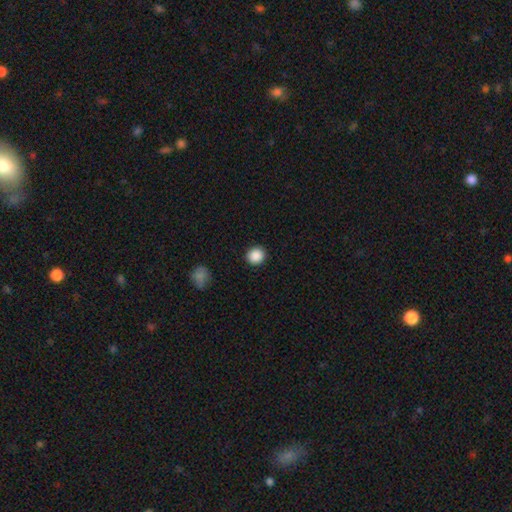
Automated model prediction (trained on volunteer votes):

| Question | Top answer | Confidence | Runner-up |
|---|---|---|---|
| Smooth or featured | smooth | 89% | star or artifact (9%) |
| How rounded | round | 88% | in between (12%) |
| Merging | none | 92% | minor disturbance (5%) |